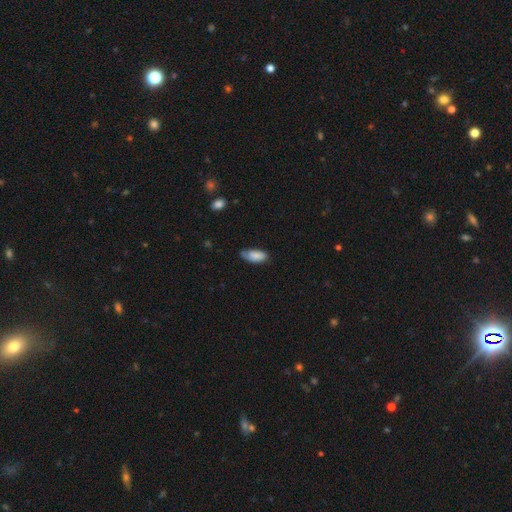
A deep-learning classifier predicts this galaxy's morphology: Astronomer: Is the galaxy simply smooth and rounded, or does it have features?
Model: smooth — 80%.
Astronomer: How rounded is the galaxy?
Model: in between — 89%.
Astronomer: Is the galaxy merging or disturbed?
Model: none — 56% (runner-up: minor disturbance, 34%).